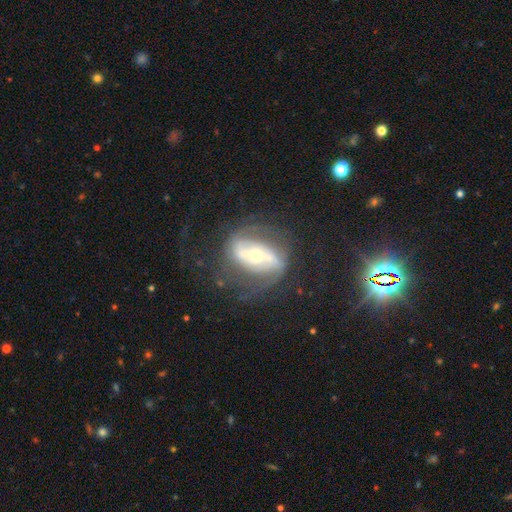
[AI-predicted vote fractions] featured or disk 80%, smooth 14%, star or artifact 7%. Down the decision tree: edge-on disk — no (94%); bar — strong (47%); spiral arms — yes (82%); spiral arm count — 2 (85%); spiral winding — medium (42%); bulge size — moderate (48%); merging — none (64%).